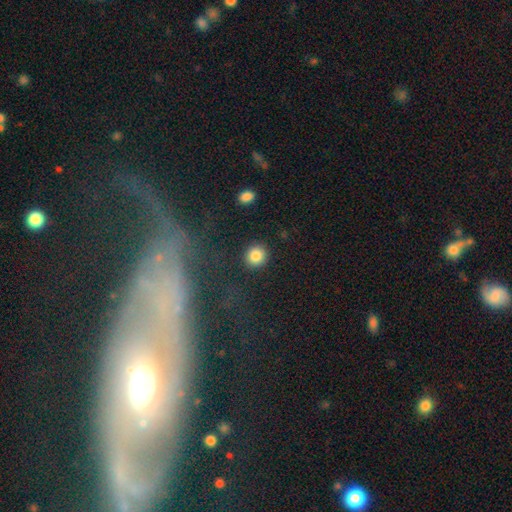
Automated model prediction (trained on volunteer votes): smooth 84%, star or artifact 10%, featured or disk 5%. Down the decision tree: how rounded — round (87%); merging — none (89%).